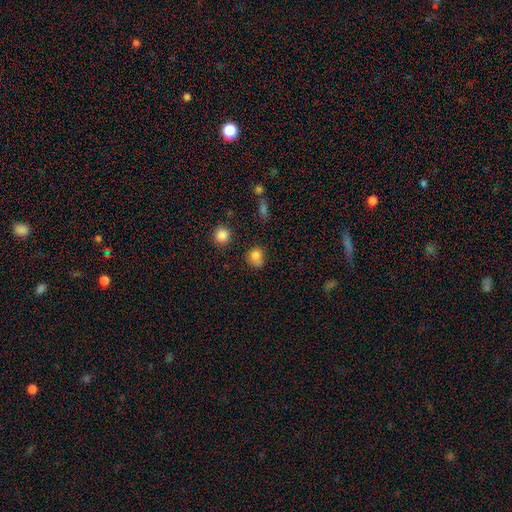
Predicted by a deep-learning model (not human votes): smooth 80%, star or artifact 13%, featured or disk 8%. Down the decision tree: how rounded — round (70%); merging — none (56%).